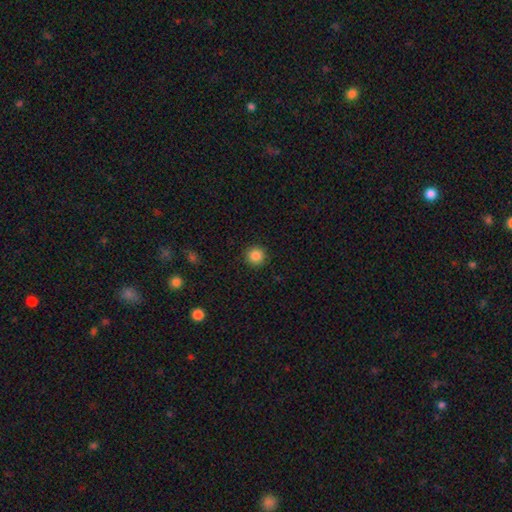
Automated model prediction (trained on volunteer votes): Smooth or featured?
  - smooth: 86% *
  - star or artifact: 10%
  - featured or disk: 4%
How rounded?
  - round: 95% *
  - in between: 4%
  - cigar-shaped: 1%
Merging?
  - none: 92% *
  - minor disturbance: 5%
  - major disturbance: 2%
  - merger: 1%